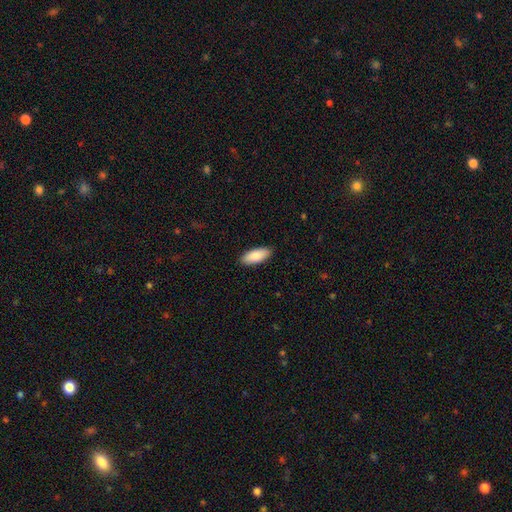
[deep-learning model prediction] Smooth or featured?
  - smooth: 87% *
  - featured or disk: 7%
  - star or artifact: 5%
How rounded?
  - in between: 81% *
  - cigar-shaped: 17%
  - round: 2%
Merging?
  - none: 90% *
  - minor disturbance: 8%
  - major disturbance: 2%
  - merger: 1%